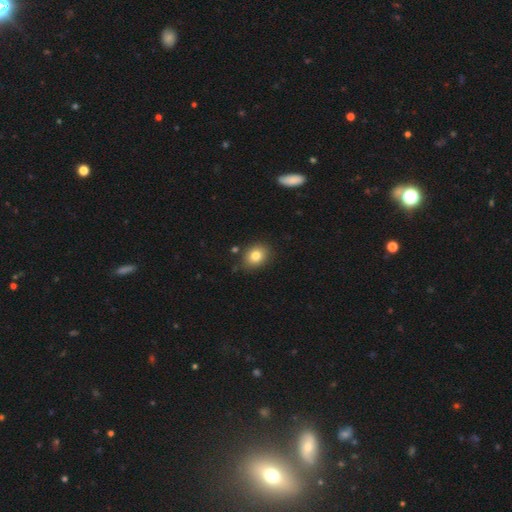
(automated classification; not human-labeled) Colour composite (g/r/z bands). It shows a smooth galaxy with no disk features (82%) that is round (52%). Merging: none (84%).